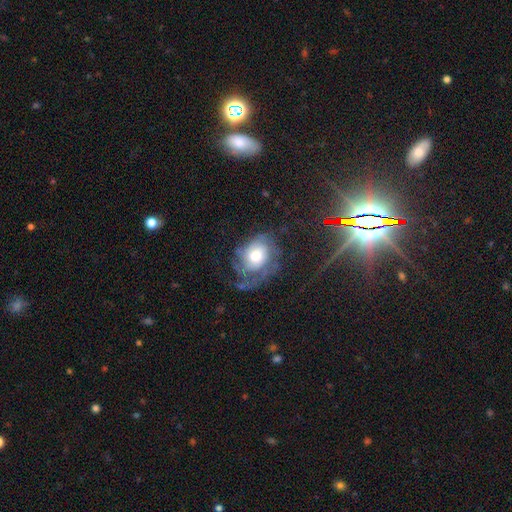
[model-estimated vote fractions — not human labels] Smooth or featured?
  - featured or disk: 61% *
  - smooth: 29%
  - star or artifact: 10%
Edge-on disk?
  - no: 96% *
  - yes: 4%
Bar?
  - no: 75% *
  - weak: 21%
  - strong: 4%
Spiral arms?
  - yes: 79% *
  - no: 21%
Bulge size?
  - moderate: 53% *
  - large: 34%
  - small: 8%
  - dominant: 4%
  - none: 2%
Merging?
  - none: 41% *
  - major disturbance: 34%
  - minor disturbance: 23%
  - merger: 2%